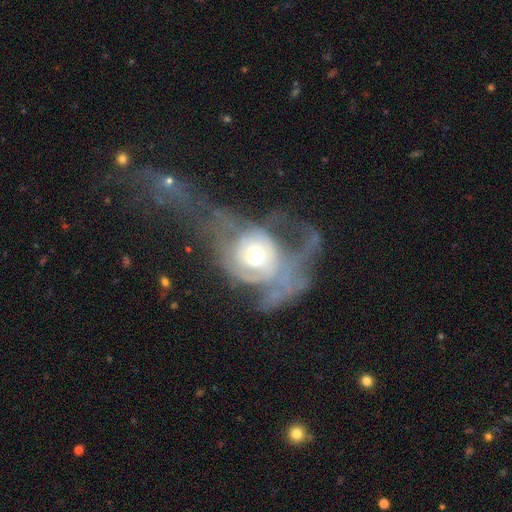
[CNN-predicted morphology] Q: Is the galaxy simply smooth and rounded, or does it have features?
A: featured or disk — 66%.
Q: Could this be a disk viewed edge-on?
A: no — 95%.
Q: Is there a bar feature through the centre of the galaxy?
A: no — 82%.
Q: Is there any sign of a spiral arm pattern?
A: no — 54%.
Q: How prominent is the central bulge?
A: moderate — 66%.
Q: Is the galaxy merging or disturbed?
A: major disturbance — 68%.